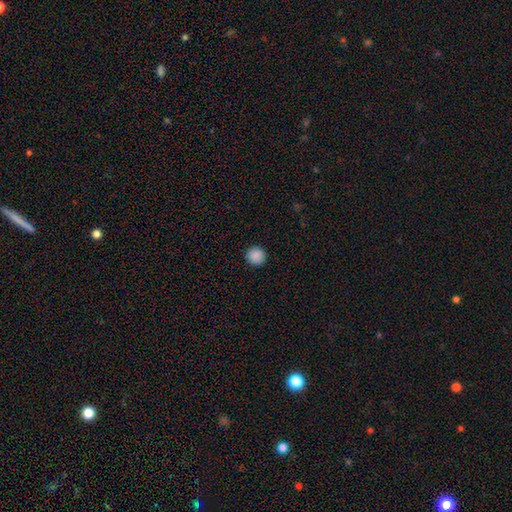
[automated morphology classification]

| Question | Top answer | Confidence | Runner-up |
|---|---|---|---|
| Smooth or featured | smooth | 89% | star or artifact (9%) |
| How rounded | round | 95% | in between (4%) |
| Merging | none | 93% | minor disturbance (5%) |